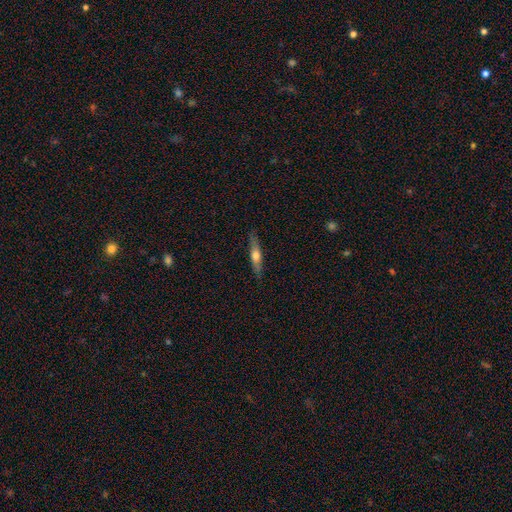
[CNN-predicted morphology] This appears to be a featured or disk galaxy (50%). Merging: none (85%).